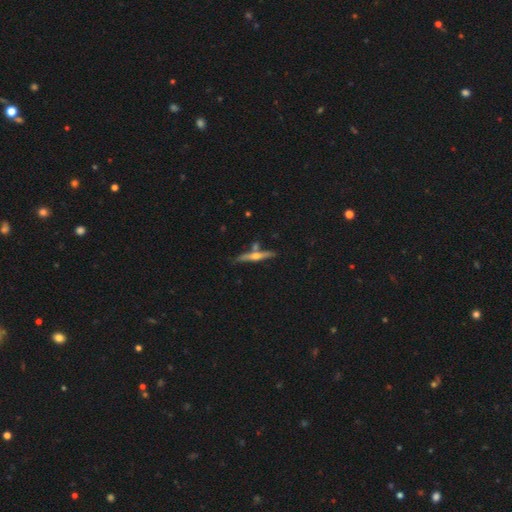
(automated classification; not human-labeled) Overall: featured or disk (65%; smooth 29%). Edge-on disk: yes (96%). Edge-on bulge: rounded (88%). Merging: none (77%).